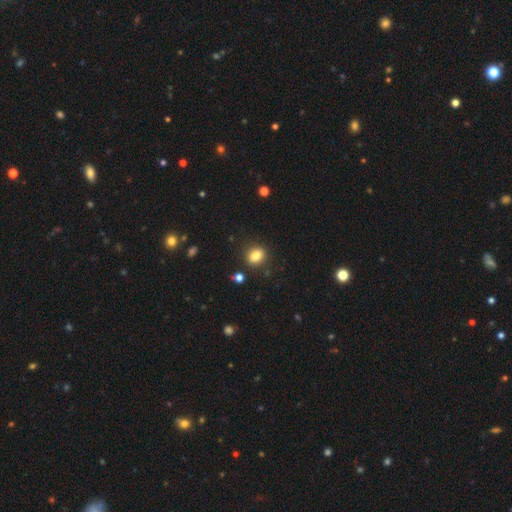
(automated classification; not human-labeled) The model was most divided on "how rounded": in between: 59%, round: 40%, cigar-shaped: 1%. More confident: merging — none (85%); smooth or featured — smooth (84%).